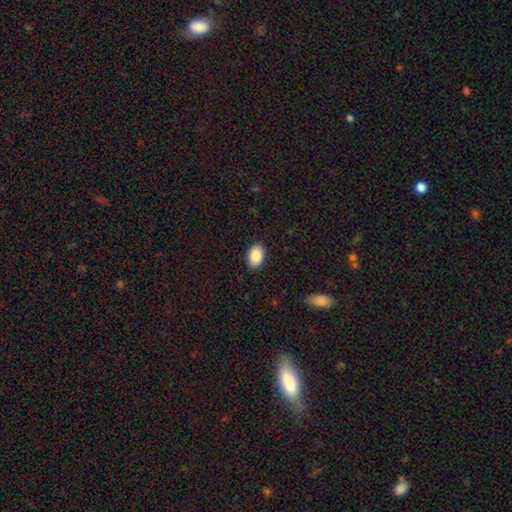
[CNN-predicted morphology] A smooth galaxy with no disk features (88%) that is in between round and cigar-shaped (89%).

Vote fractions:
- Smooth or featured? smooth: 88% / star or artifact: 7% / featured or disk: 5%
- How rounded? in between: 89% / round: 10% / cigar-shaped: 1%
- Merging? none: 89% / minor disturbance: 8% / major disturbance: 2% / merger: 1%